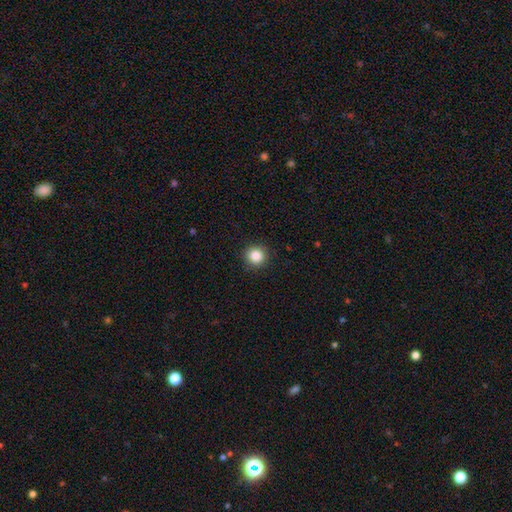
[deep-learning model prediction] Morphology: type=smooth (86%); roundness=round (94%); merging=none (91%).